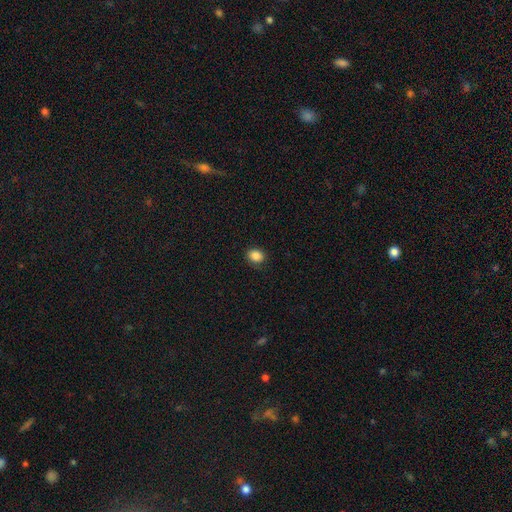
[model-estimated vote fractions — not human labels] This is clearly a smooth galaxy (86%). How rounded: possibly round (56%). Merging: clearly none (86%).